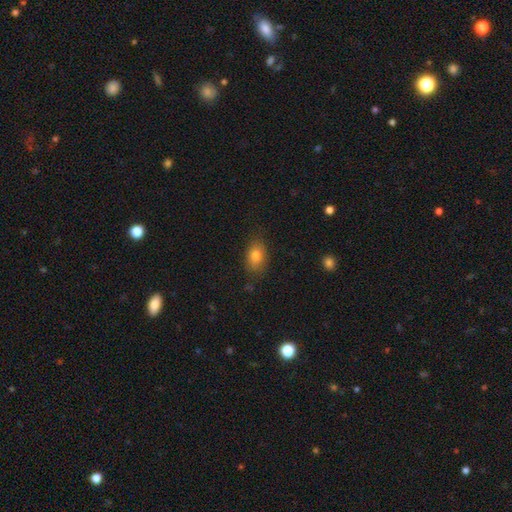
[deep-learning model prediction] This appears to be a smooth galaxy with no disk features (80%) that is in between round and cigar-shaped (83%). Merging: none (81%).